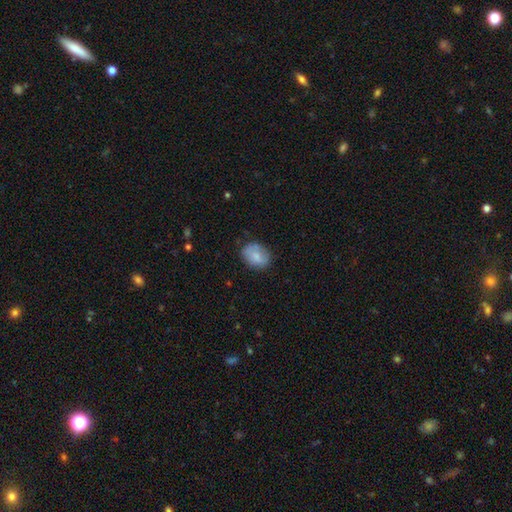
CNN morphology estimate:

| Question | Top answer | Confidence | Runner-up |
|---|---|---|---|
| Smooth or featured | smooth | 78% | featured or disk (14%) |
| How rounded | in between | 65% | round (33%) |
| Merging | none | 76% | minor disturbance (18%) |